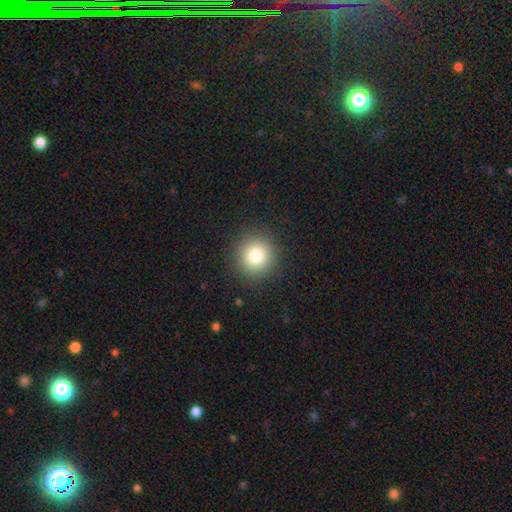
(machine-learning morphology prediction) This appears to be a smooth galaxy with no disk features (81%) that is round (93%). Merging: none (91%).